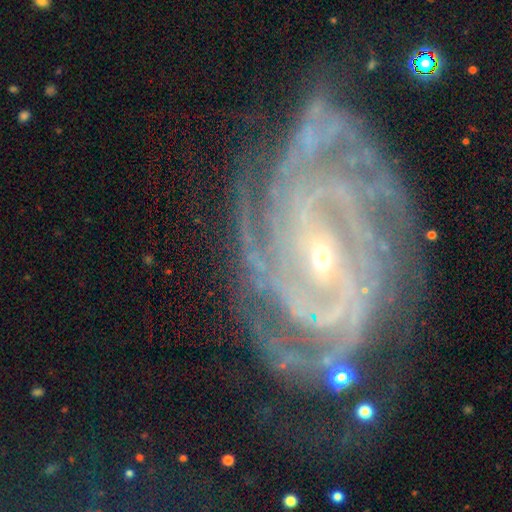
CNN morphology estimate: smooth_or_featured: featured or disk (p=0.86) [alt: star or artifact p=0.09]
disk_edge_on: no (p=0.96) [alt: yes p=0.04]
bar: strong (p=0.34) [tied with: no p=0.34]
has_spiral_arms: yes (p=0.97) [alt: no p=0.03]
spiral_winding: tight (p=0.63) [alt: medium p=0.29]
spiral_arm_count: 2 (p=0.29) [alt: can't tell p=0.19]
bulge_size: small (p=0.70) [alt: moderate p=0.25]
merging: none (p=0.70) [alt: minor disturbance p=0.16]